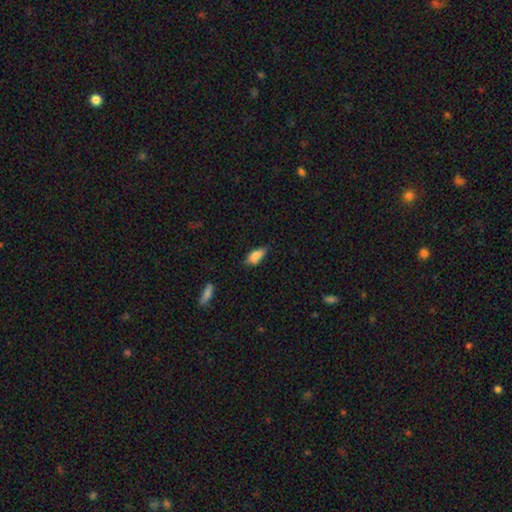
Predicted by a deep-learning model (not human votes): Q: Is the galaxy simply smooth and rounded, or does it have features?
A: smooth — 83%.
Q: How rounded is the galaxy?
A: in between — 84%.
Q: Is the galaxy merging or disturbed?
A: none — 64%.